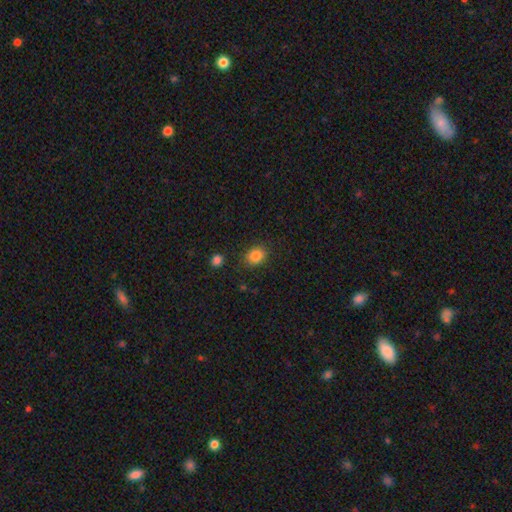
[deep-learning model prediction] This appears to be a smooth galaxy with no disk features (85%) that is in between round and cigar-shaped (50%). Merging: none (84%).